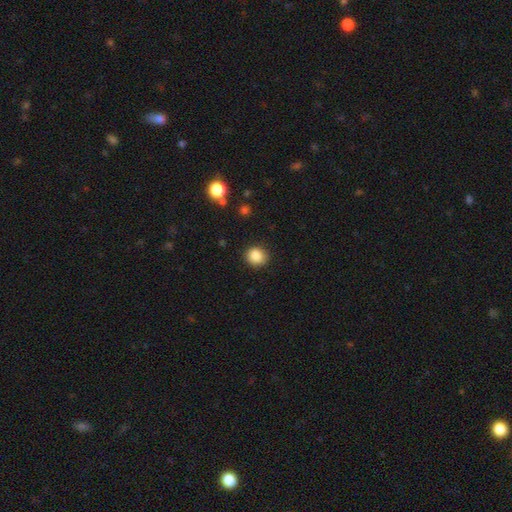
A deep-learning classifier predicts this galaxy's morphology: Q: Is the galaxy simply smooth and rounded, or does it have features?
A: smooth — 87%.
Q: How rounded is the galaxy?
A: round — 85%.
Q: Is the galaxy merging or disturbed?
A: none — 88%.